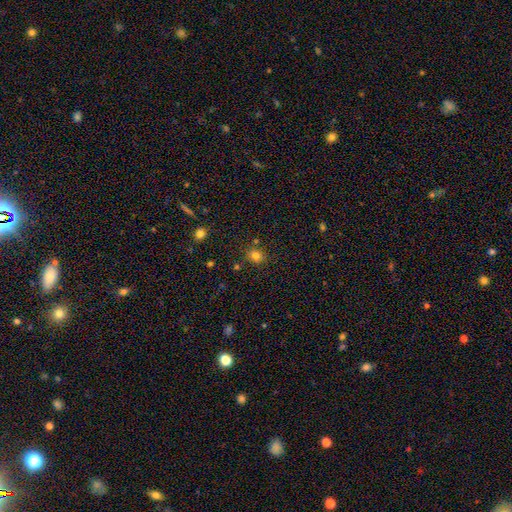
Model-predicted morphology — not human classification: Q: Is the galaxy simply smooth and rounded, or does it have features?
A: smooth — 77%.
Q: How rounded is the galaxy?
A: round — 59%.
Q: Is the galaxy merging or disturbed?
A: none — 79%.